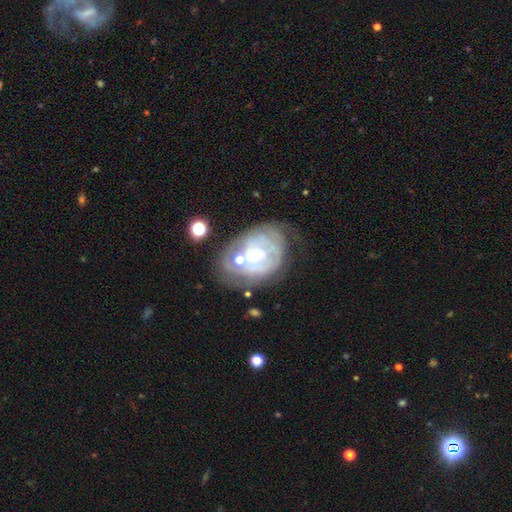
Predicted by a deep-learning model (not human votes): featured or disk 77%, smooth 15%, star or artifact 8%. Down the decision tree: edge-on disk — no (97%); bar — no (76%); spiral arms — yes (72%); spiral arm count — can't tell (54%); spiral winding — tight (67%); bulge size — moderate (48%); merging — none (42%).